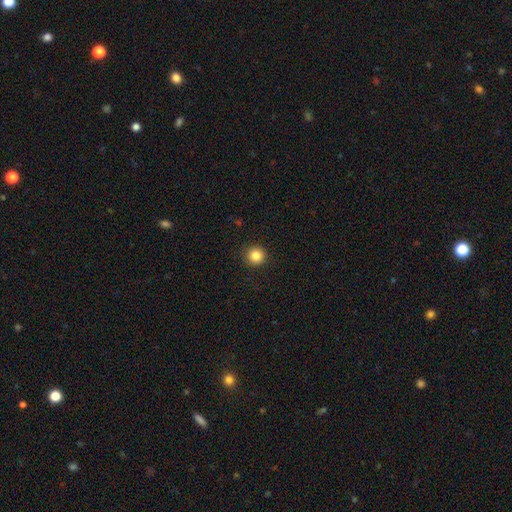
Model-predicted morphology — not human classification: smooth-or-featured: smooth: 84% | star or artifact: 11% | featured or disk: 5%
  how-rounded: round: 94% | in between: 5% | cigar-shaped: 1%
  merging: none: 91% | minor disturbance: 6% | major disturbance: 2% | merger: 1%